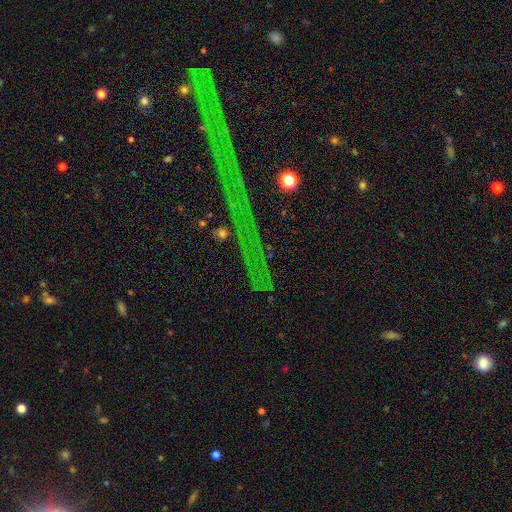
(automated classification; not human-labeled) Smooth or featured?
  - star or artifact: 79% *
  - featured or disk: 11%
  - smooth: 10%